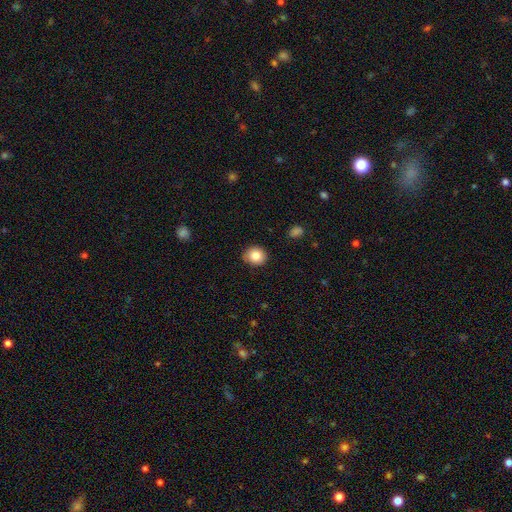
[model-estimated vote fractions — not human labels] A smooth galaxy with no disk features (84%) that is round (79%). Merging: none (86%).